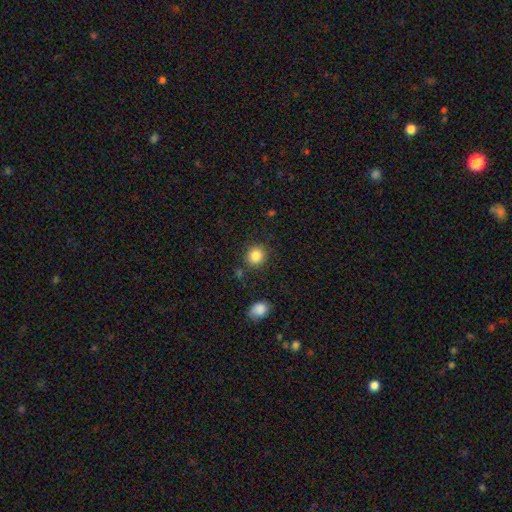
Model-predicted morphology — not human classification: A smooth galaxy with no disk features (85%) that is round (86%). Merging: none (85%).